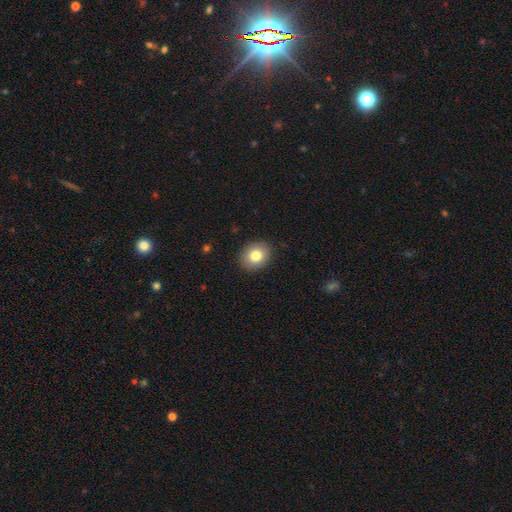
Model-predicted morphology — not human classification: The model was most divided on "how rounded": round: 56%, in between: 43%, cigar-shaped: 1%. More confident: merging — none (89%); smooth or featured — smooth (82%).